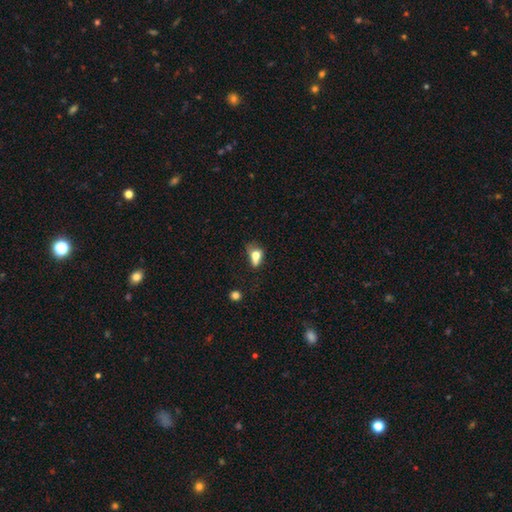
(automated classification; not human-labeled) Smooth or featured: smooth — 69% (featured or disk — 20%)
How rounded: in between — 74% (round — 20%)
Merging: major disturbance — 33% (minor disturbance — 31%)